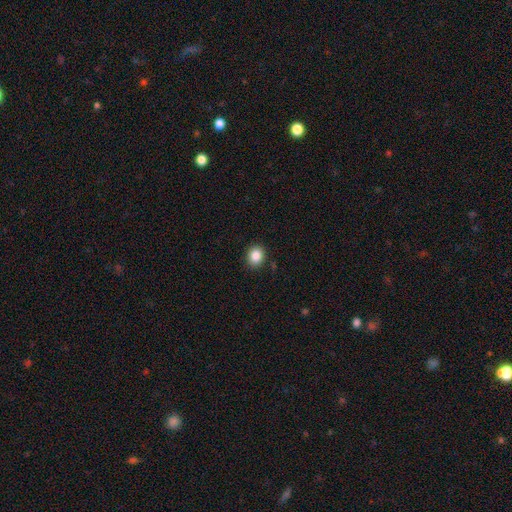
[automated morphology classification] smooth-or-featured: smooth: 86% | star or artifact: 9% | featured or disk: 4%
  how-rounded: round: 64% | in between: 35% | cigar-shaped: 1%
  merging: none: 89% | minor disturbance: 8% | major disturbance: 2% | merger: 1%